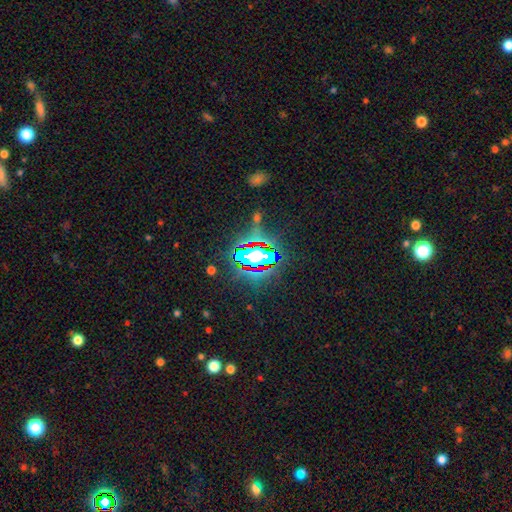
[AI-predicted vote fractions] A star or artifact, not a galaxy (67%).